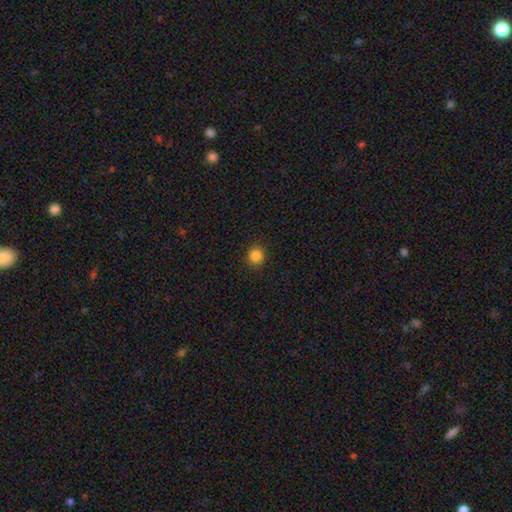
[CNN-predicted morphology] A smooth galaxy with no disk features (85%) that is round (91%). Merging: none (90%).